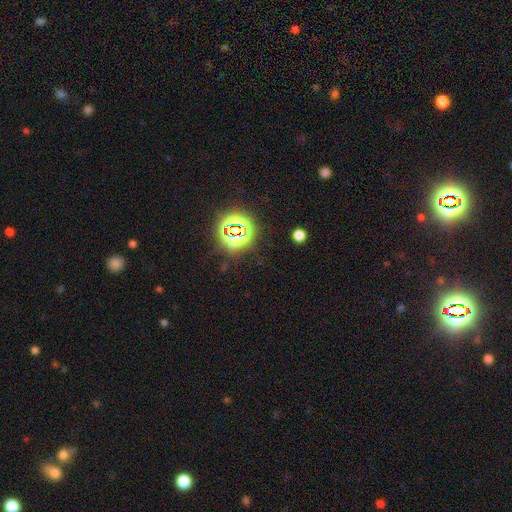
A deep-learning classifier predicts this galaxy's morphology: Smooth or featured: star or artifact — 79% (smooth — 14%)